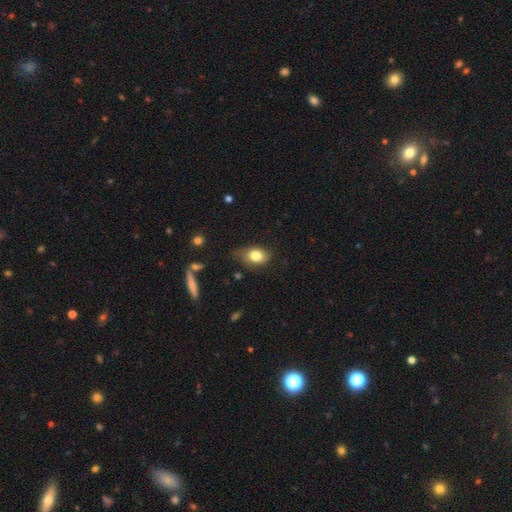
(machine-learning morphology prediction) smooth 79%, featured or disk 13%, star or artifact 9%. Down the decision tree: how rounded — in between (77%); merging — none (58%).